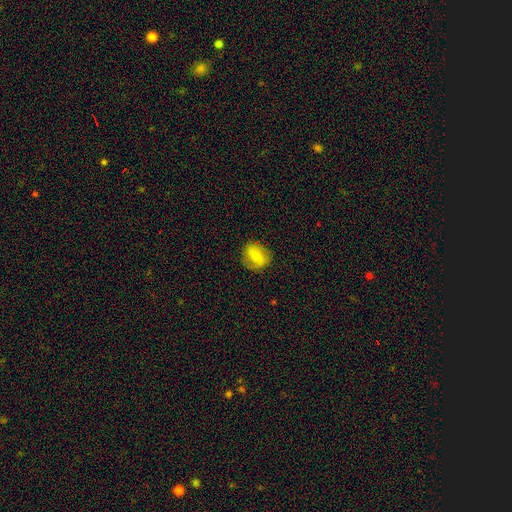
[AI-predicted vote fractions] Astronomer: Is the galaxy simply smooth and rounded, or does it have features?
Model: smooth — 60%.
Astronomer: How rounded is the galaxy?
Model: round — 58% (runner-up: in between, 40%).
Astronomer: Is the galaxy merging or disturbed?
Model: none — 78%.